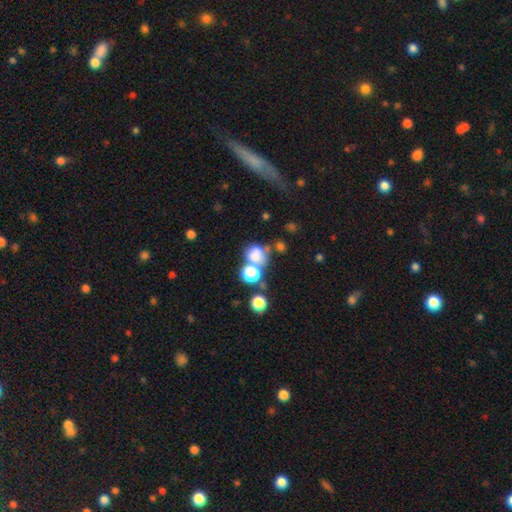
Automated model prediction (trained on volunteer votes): Smooth or featured? smooth (72%)
How rounded? round (72%)
Merging? merger (42%)